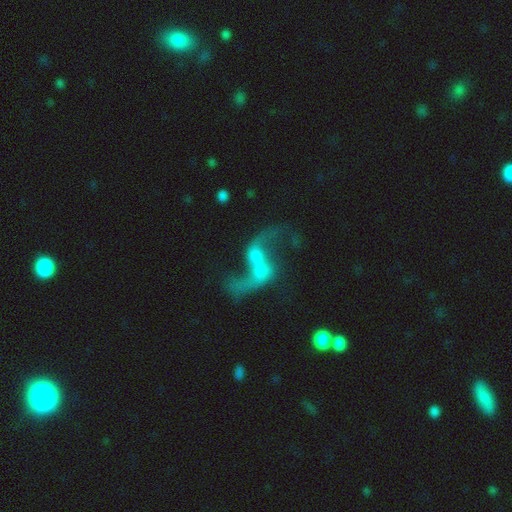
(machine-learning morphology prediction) The model was most divided on "merging" (2-way tie): none: 34%, merger: 34%, major disturbance: 20%, minor disturbance: 12%. Remaining: edge-on disk — no (95%); spiral winding — loose (91%); spiral arm count — 2 (91%); spiral arms — yes (87%); smooth or featured — featured or disk (80%); bar — no (48%); bulge size — moderate (33%).